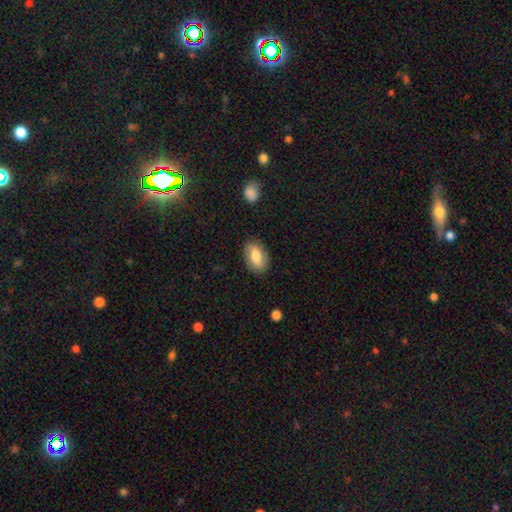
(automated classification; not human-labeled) This is likely a smooth galaxy (69%). How rounded: clearly in between (89%). Merging: clearly none (83%).